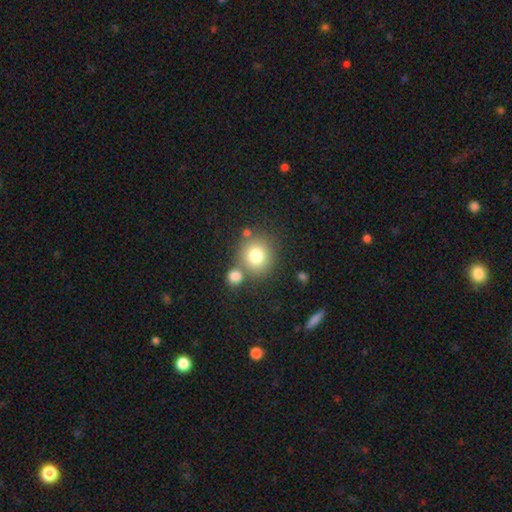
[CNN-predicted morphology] A smooth galaxy with no disk features (78%) that is round (88%). Merging: none (64%).